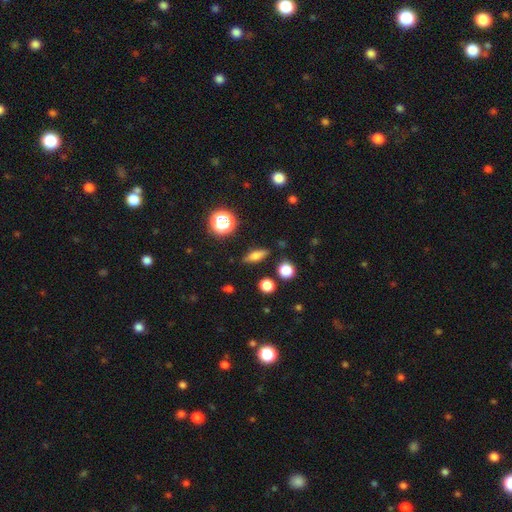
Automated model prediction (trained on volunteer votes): This is likely a smooth galaxy (65%). How rounded: possibly in between (49%). Merging: clearly none (84%).